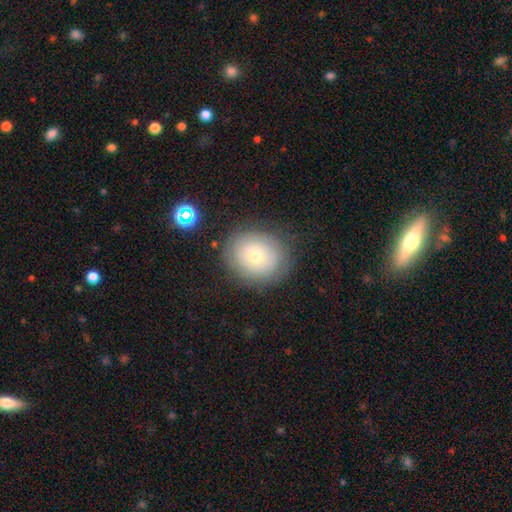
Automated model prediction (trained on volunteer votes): Smooth or featured: smooth — 60% (featured or disk — 30%)
How rounded: round — 71% (in between — 28%)
Merging: none — 81% (minor disturbance — 12%)